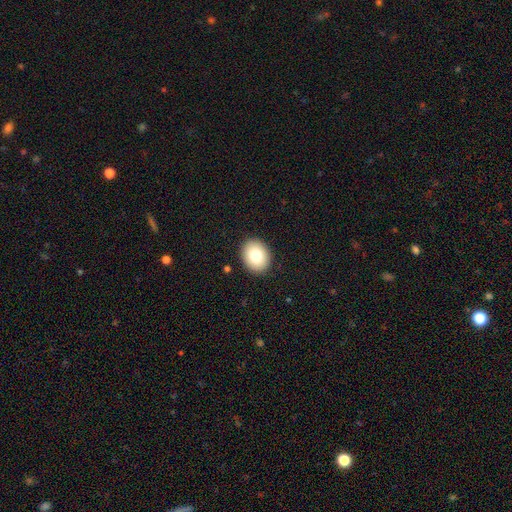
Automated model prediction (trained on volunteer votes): Q: Smooth or featured?
A: smooth (79%); runner-up: featured or disk (12%)
Q: How rounded?
A: in between (50%); runner-up: round (49%)
Q: Merging?
A: none (90%); runner-up: minor disturbance (7%)